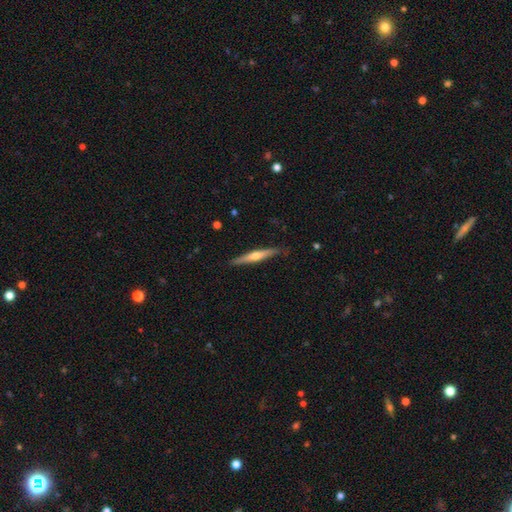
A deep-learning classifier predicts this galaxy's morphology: Smooth or featured? featured or disk (59%)
Edge-on disk? yes (96%)
Edge-on bulge? rounded (82%)
Merging? none (85%)